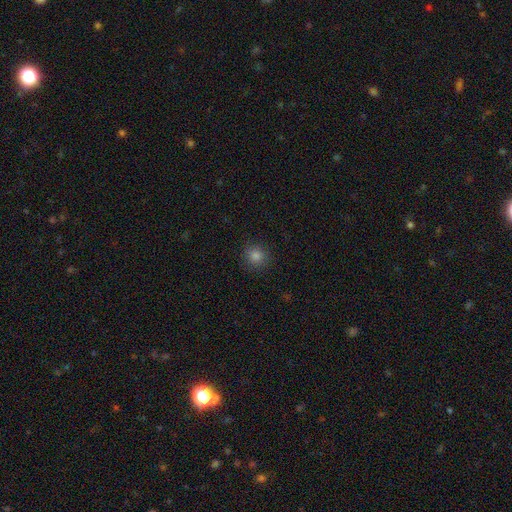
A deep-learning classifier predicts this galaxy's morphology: This appears to be a smooth galaxy with no disk features (81%) that is round (92%). Merging: none (90%).